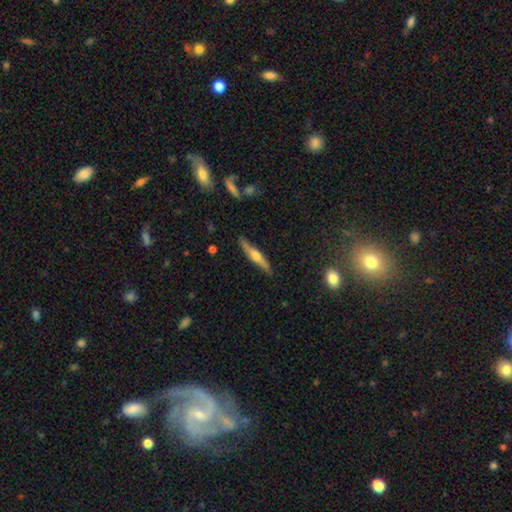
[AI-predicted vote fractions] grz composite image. It shows a featured or disk galaxy (61%) viewed edge-on (94%) with a rounded central bulge (87%). Merging: none (86%).